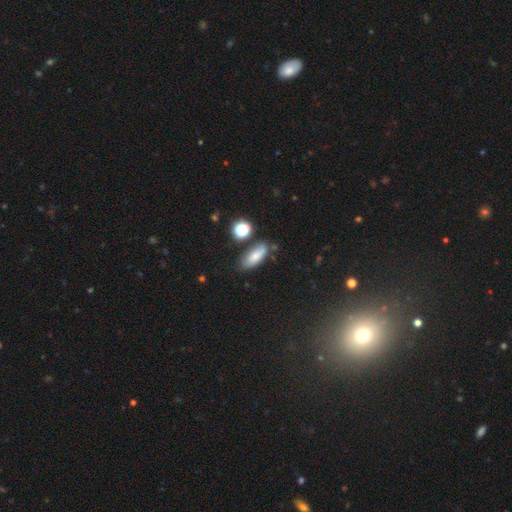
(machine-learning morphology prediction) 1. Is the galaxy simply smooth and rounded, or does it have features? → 76% smooth, 13% featured or disk, 11% star or artifact.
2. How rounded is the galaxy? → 74% in between, 21% cigar-shaped, 5% round.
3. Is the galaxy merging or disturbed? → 71% none, 18% minor disturbance, 7% merger, 4% major disturbance.